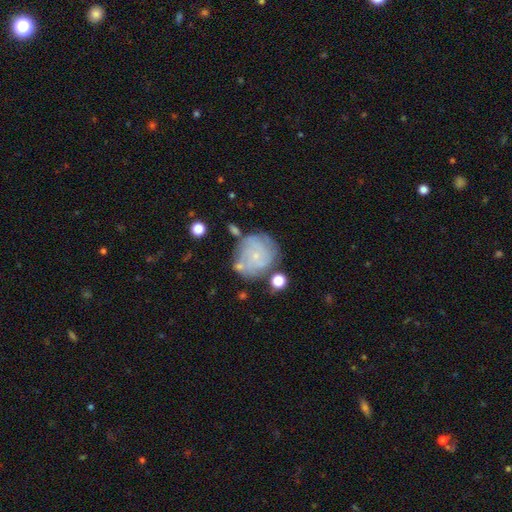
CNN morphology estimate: Smooth or featured? Predicted: featured or disk (p=0.69). Edge-on disk? Predicted: no (p=0.98). Bar? Predicted: no (p=0.80). Spiral arms? Predicted: yes (p=0.86). Spiral winding? Predicted: tight (p=0.64). Spiral arm count? Predicted: can't tell (p=0.41). Bulge size? Predicted: small (p=0.81). Merging? Predicted: none (p=0.64).